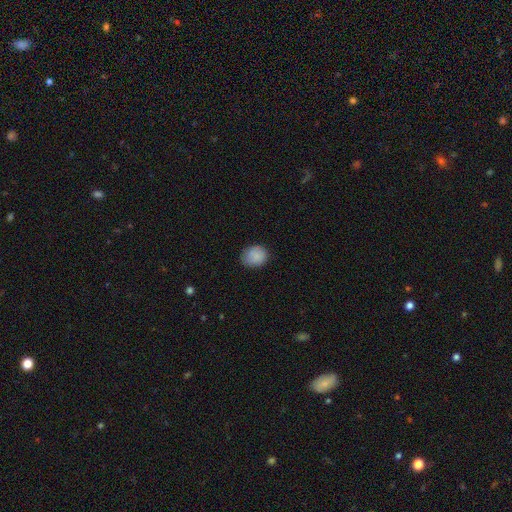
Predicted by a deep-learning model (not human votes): A smooth galaxy with no disk features (86%) that is round (54%). Merging: none (78%).